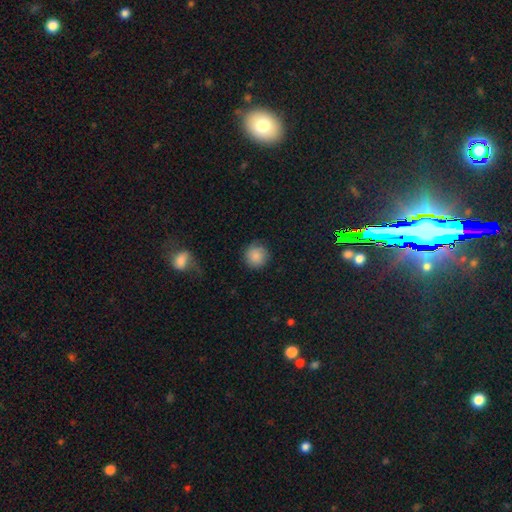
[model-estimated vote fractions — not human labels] A smooth galaxy with no disk features (86%) that is round (92%).

Vote fractions:
- Smooth or featured? smooth: 86% / star or artifact: 9% / featured or disk: 5%
- How rounded? round: 92% / in between: 7% / cigar-shaped: 1%
- Merging? none: 83% / minor disturbance: 12% / major disturbance: 4% / merger: 1%